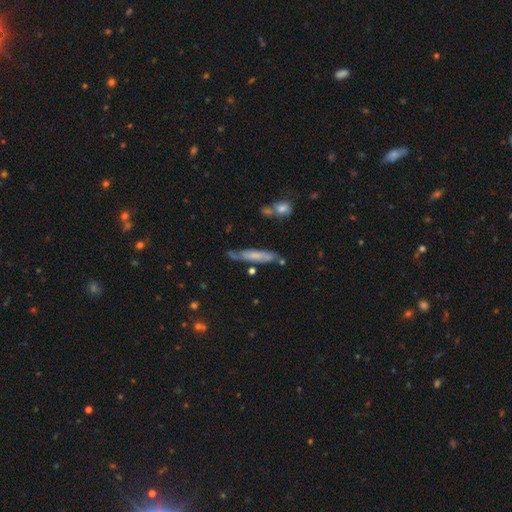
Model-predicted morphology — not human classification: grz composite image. It shows a smooth galaxy with no disk features (47%). Merging: none (65%).